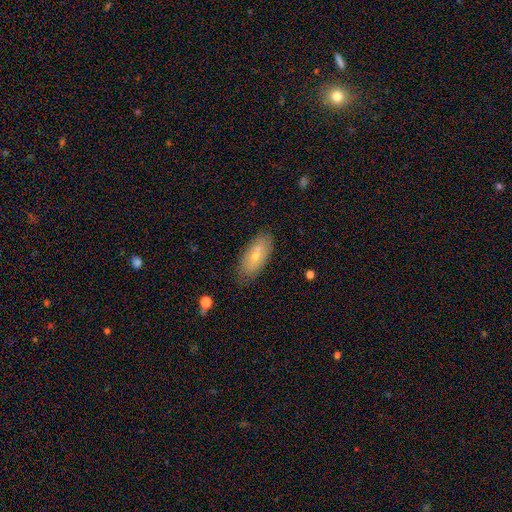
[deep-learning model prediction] The model was most divided on "smooth or featured": smooth: 60%, featured or disk: 33%, star or artifact: 7%. More confident: how rounded — in between (85%); merging — none (78%).